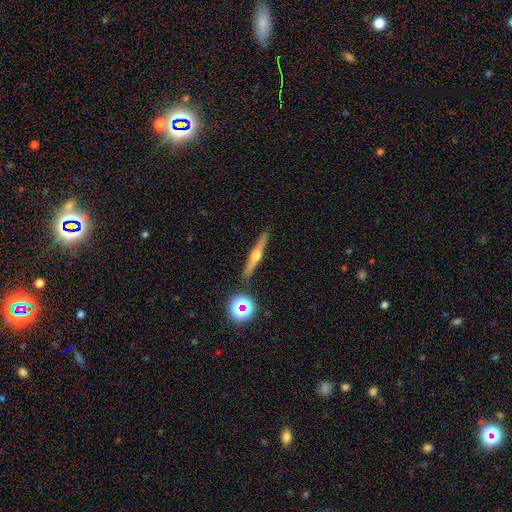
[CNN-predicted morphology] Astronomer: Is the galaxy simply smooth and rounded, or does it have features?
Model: featured or disk — 72%.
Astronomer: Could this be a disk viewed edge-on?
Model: yes — 97%.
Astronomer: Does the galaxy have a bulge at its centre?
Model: rounded — 94%.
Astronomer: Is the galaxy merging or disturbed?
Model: none — 89%.